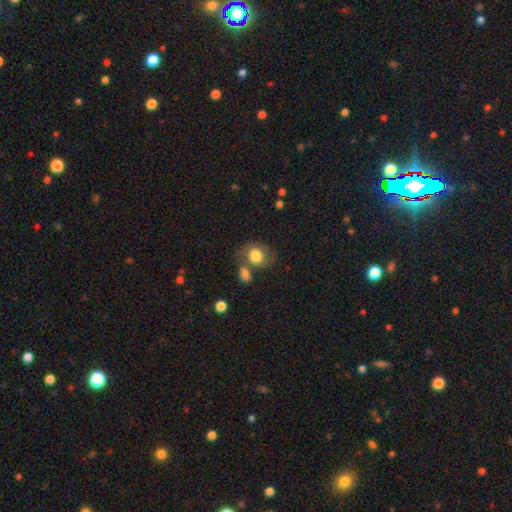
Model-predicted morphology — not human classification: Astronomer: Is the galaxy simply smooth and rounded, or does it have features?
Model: smooth — 76%.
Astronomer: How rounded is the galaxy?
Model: in between — 52% (runner-up: round, 47%).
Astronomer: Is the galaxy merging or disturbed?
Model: none — 50%.